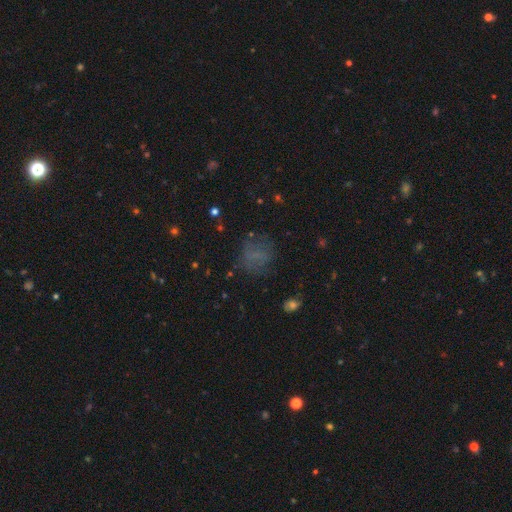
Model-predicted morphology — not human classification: smooth-or-featured: smooth: 57% | star or artifact: 22% | featured or disk: 21%
  how-rounded: round: 71% | in between: 28% | cigar-shaped: 2%
  merging: none: 65% | minor disturbance: 18% | major disturbance: 15% | merger: 2%